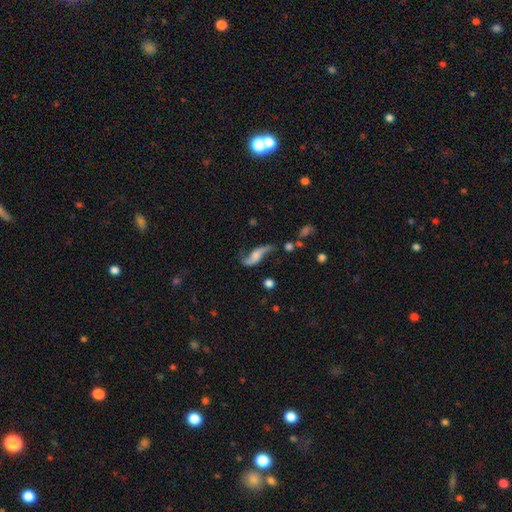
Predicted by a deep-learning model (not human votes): This appears to be a featured or disk galaxy (78%) with no bar (59%), 2 (91%) loose (90%) spiral arms (94%) and no central bulge (33%). Merging: none (57%).